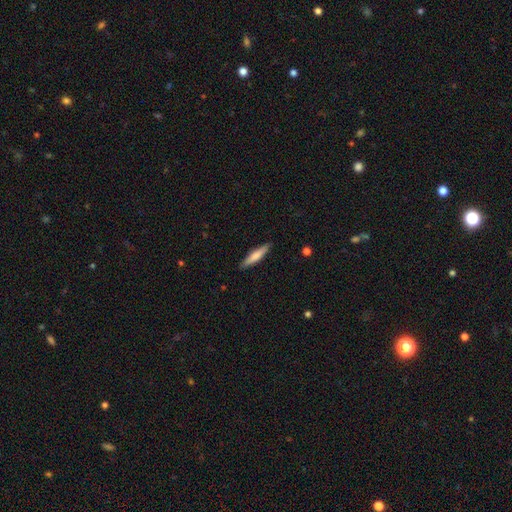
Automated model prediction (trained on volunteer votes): A smooth galaxy with no disk features (69%) that is cigar-shaped (87%). Merging: none (89%).